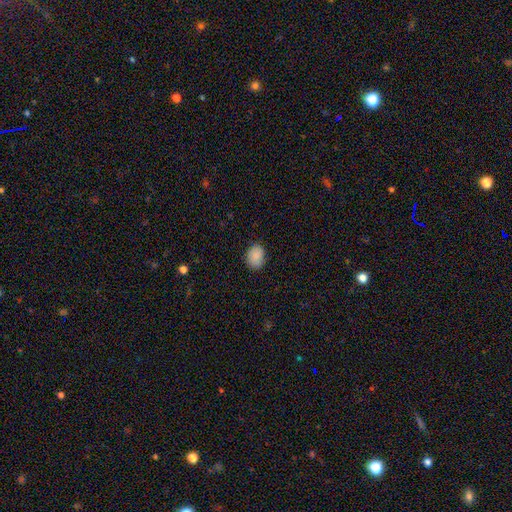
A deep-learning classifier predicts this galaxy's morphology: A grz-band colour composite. It shows a smooth galaxy with no disk features (88%) that is in between round and cigar-shaped (58%). Merging: none (85%).